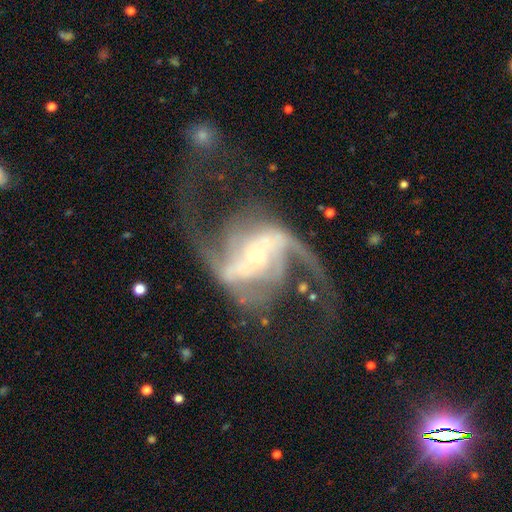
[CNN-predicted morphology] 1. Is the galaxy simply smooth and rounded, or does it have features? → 90% featured or disk, 6% star or artifact, 4% smooth.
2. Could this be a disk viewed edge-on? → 97% no, 3% yes.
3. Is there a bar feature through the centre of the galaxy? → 48% strong, 26% no, 25% weak.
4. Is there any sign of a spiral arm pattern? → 96% yes, 4% no.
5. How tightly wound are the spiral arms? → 57% loose, 34% medium, 9% tight.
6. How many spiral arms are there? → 84% 2, 5% 3, 4% can't tell, 3% 1, 2% 4, 2% more than 4.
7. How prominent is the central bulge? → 70% small, 24% moderate, 3% large, 2% dominant, 1% none.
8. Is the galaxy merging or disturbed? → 46% none, 35% major disturbance, 13% minor disturbance, 6% merger.